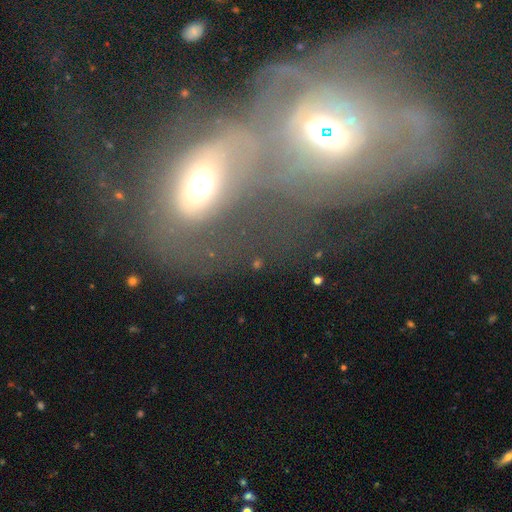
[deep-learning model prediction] This is possibly a featured or disk galaxy (54%). It is clearly not viewed edge-on (92%). Merging: likely merger (78%).